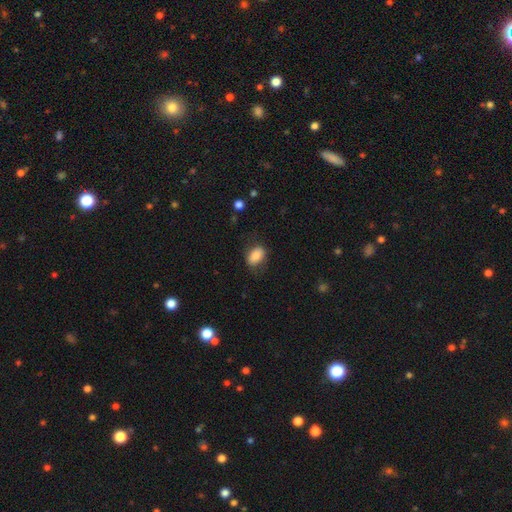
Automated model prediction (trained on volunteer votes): A smooth galaxy with no disk features (84%) that is in between round and cigar-shaped (85%).

Vote fractions:
- Smooth or featured? smooth: 84% / featured or disk: 9% / star or artifact: 8%
- How rounded? in between: 85% / round: 13% / cigar-shaped: 2%
- Merging? none: 73% / minor disturbance: 19% / major disturbance: 7% / merger: 1%